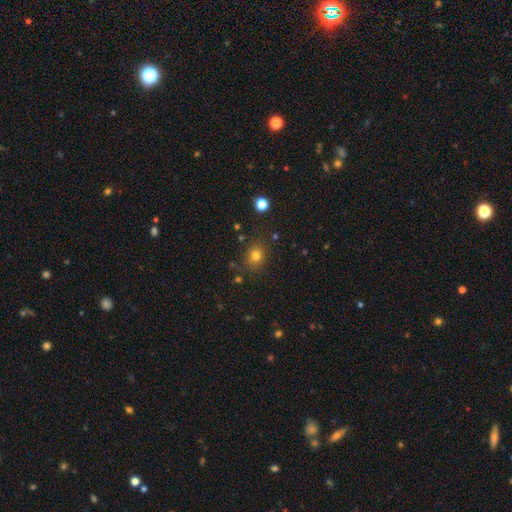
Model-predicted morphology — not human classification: This is likely a smooth galaxy (77%). How rounded: likely round (70%). Merging: clearly none (81%).